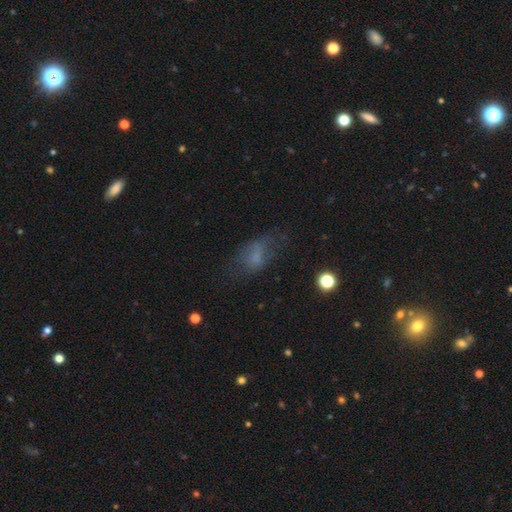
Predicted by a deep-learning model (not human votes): smooth_or_featured: smooth (p=0.54) [alt: featured or disk p=0.29]
how_rounded: in between (p=0.84) [alt: round p=0.10]
merging: none (p=0.48) [alt: minor disturbance p=0.24]